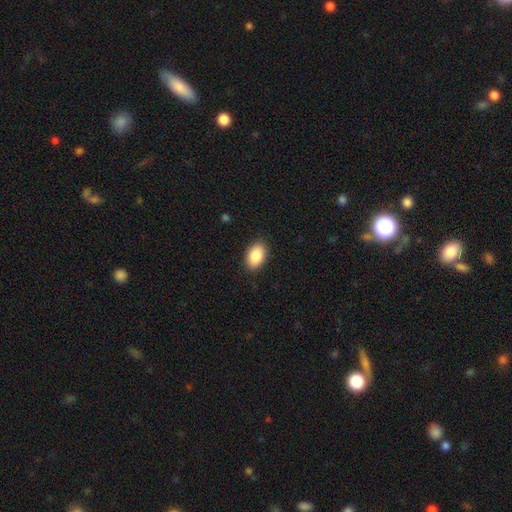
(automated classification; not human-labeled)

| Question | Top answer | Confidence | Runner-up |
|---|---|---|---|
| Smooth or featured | smooth | 88% | star or artifact (7%) |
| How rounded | in between | 91% | round (8%) |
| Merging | none | 89% | minor disturbance (8%) |